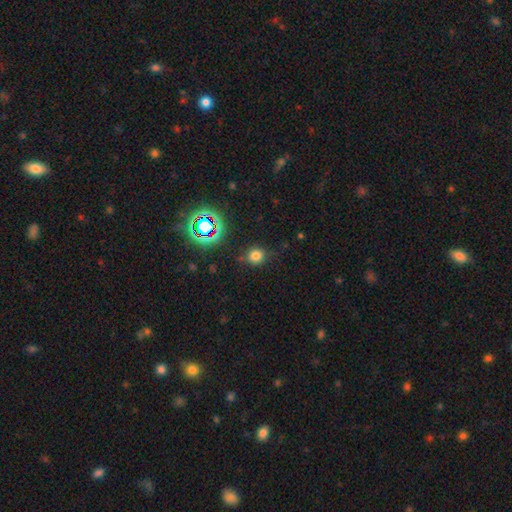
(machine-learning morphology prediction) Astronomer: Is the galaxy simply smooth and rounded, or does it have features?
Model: smooth — 72%.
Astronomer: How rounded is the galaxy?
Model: round — 82%.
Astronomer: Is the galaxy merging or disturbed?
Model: none — 76%.